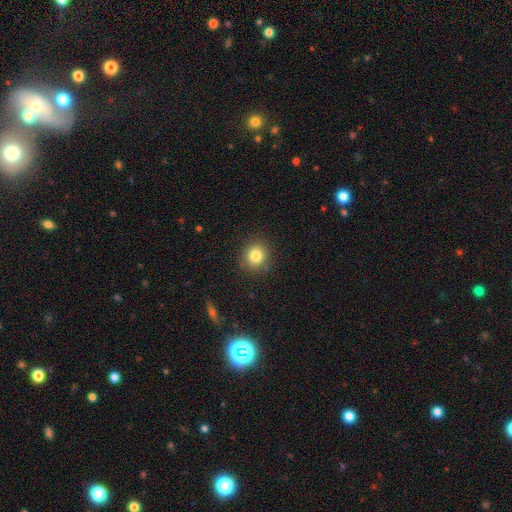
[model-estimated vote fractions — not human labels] Smooth or featured? smooth (81%)
How rounded? round (83%)
Merging? none (86%)